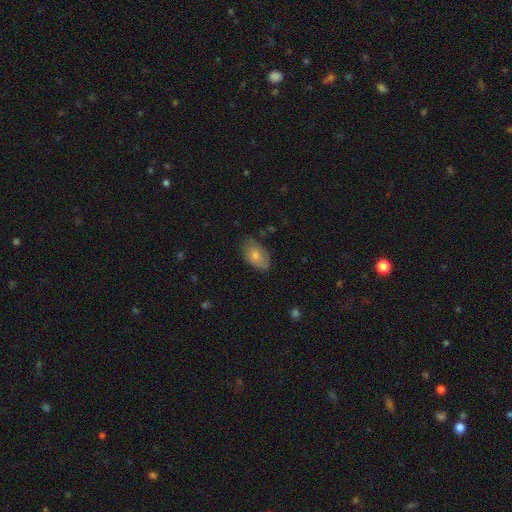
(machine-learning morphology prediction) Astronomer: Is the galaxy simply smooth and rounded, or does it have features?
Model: smooth — 76%.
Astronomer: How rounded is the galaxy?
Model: in between — 92%.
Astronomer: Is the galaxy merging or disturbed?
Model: none — 70%.